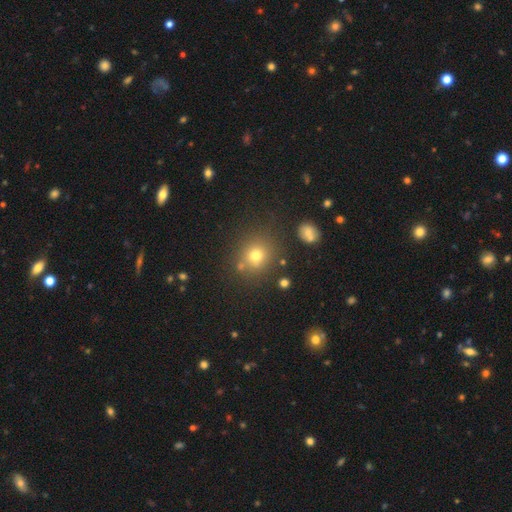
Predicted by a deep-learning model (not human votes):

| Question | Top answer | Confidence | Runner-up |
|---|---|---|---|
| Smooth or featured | smooth | 72% | star or artifact (19%) |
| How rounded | round | 85% | in between (14%) |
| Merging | none | 78% | minor disturbance (10%) |